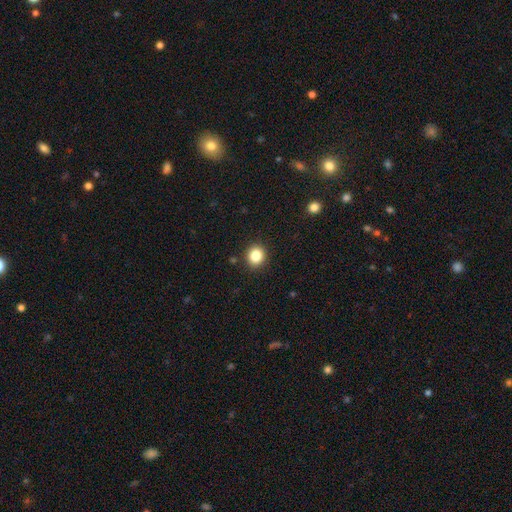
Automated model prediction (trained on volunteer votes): This appears to be a smooth galaxy with no disk features (85%) that is round (81%). Merging: none (90%).